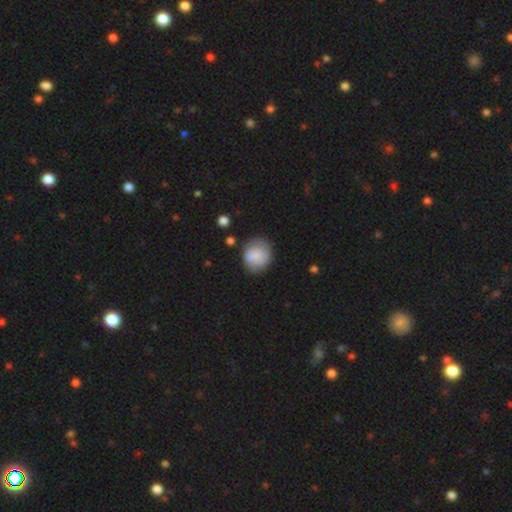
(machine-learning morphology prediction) type=smooth (59%); roundness=round (73%); merging=none (67%).